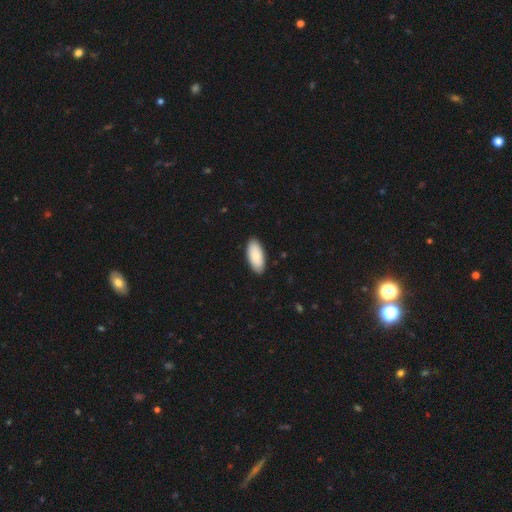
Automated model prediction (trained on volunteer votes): smooth_or_featured: smooth (p=0.87) [alt: featured or disk p=0.08]
how_rounded: in between (p=0.91) [alt: cigar-shaped p=0.07]
merging: none (p=0.88) [alt: minor disturbance p=0.09]